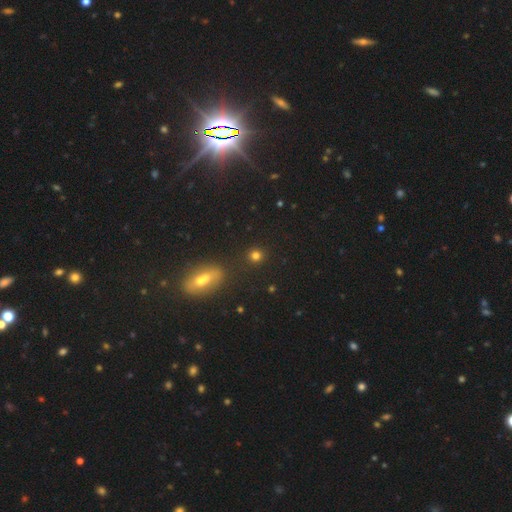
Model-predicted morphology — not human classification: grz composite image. It shows a smooth galaxy with no disk features (77%) that is round (88%). Merging: none (86%).